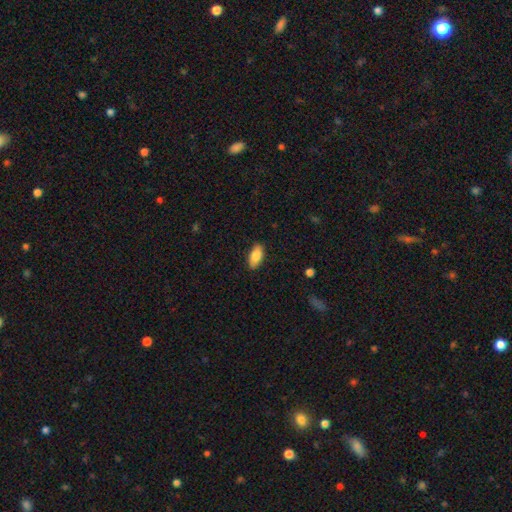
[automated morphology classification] The model was most divided on "smooth or featured": smooth: 84%, featured or disk: 10%, star or artifact: 6%. More confident: how rounded — in between (90%); merging — none (88%).